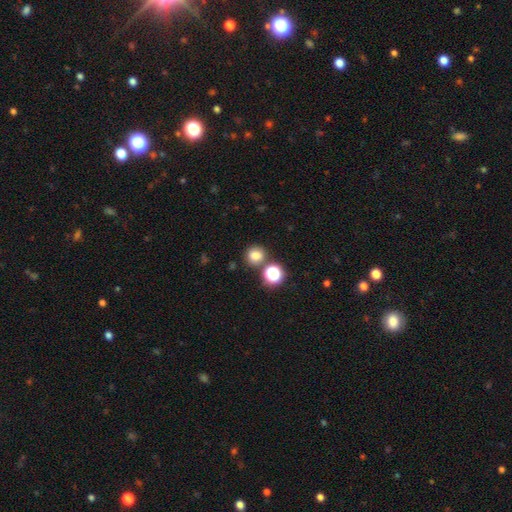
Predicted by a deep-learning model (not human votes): Morphology: type=smooth (78%); roundness=round (88%); merging=none (77%).